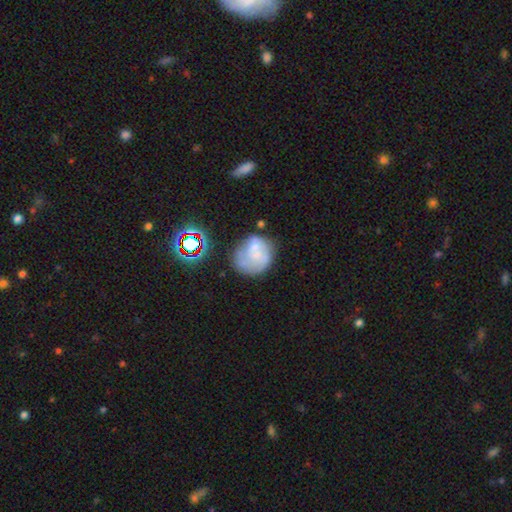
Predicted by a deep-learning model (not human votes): smooth_or_featured: featured or disk (p=0.50) [alt: smooth p=0.38]
disk_edge_on: no (p=0.98) [alt: yes p=0.02]
merging: none (p=0.46) [alt: minor disturbance p=0.24]